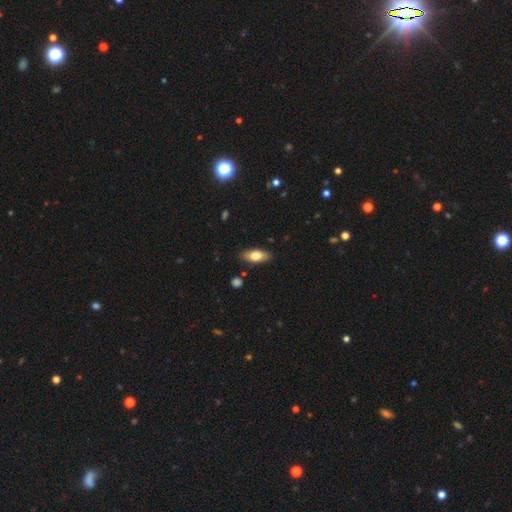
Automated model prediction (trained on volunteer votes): Smooth or featured: smooth — 77% (featured or disk — 16%)
How rounded: in between — 84% (cigar-shaped — 13%)
Merging: none — 87% (minor disturbance — 10%)